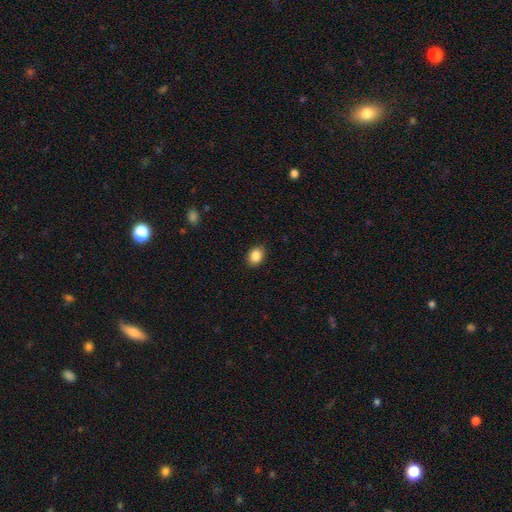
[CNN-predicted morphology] The model was most divided on "how rounded": in between: 65%, round: 34%, cigar-shaped: 1%. More confident: merging — none (88%); smooth or featured — smooth (86%).